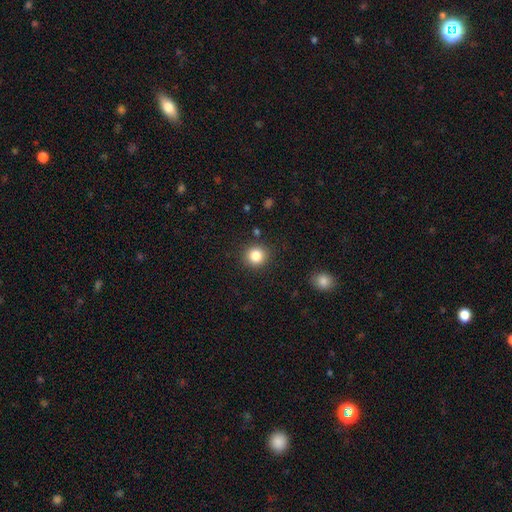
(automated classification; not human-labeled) A smooth galaxy with no disk features (84%) that is round (90%). Merging: none (89%).